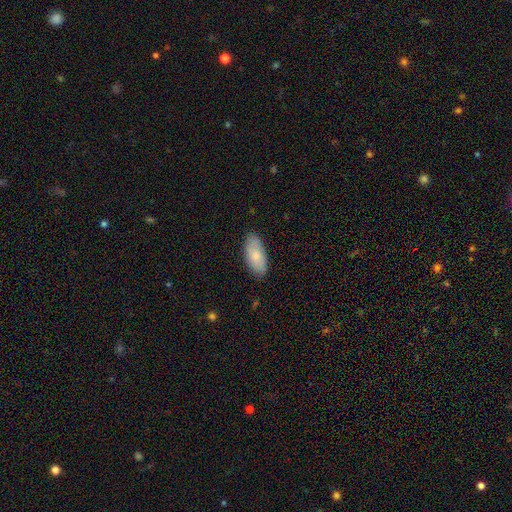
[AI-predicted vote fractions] This appears to be a smooth galaxy with no disk features (74%) that is in between round and cigar-shaped (90%). Merging: none (84%).